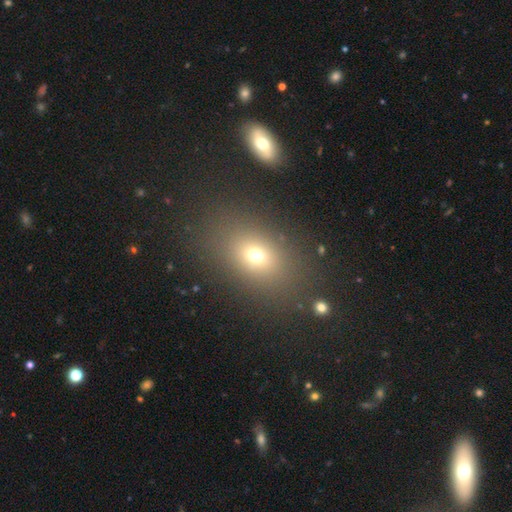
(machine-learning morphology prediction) type=smooth (68%); roundness=in between (67%); merging=none (82%).